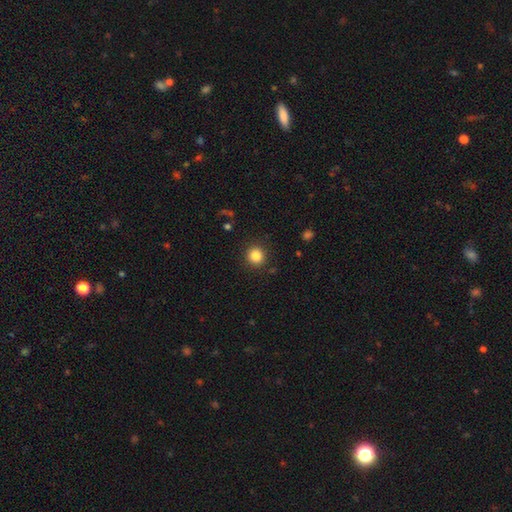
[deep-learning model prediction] smooth 84%, star or artifact 11%, featured or disk 5%. Down the decision tree: how rounded — round (93%); merging — none (90%).